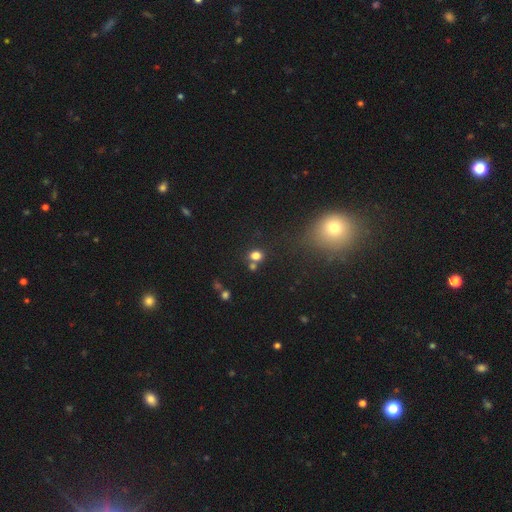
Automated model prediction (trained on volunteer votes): Smooth or featured?
  - smooth: 76% *
  - star or artifact: 18%
  - featured or disk: 7%
How rounded?
  - round: 60% *
  - in between: 39%
  - cigar-shaped: 1%
Merging?
  - none: 64% *
  - merger: 22%
  - minor disturbance: 10%
  - major disturbance: 4%